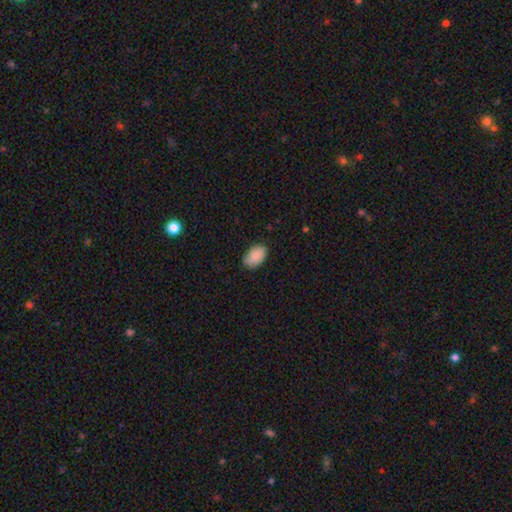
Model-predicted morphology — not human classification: This appears to be a smooth galaxy with no disk features (89%) that is in between round and cigar-shaped (92%). Merging: none (76%).